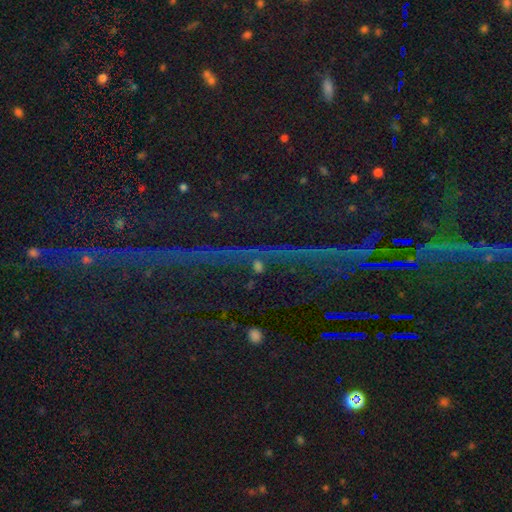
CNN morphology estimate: Smooth or featured? Predicted: star or artifact (p=0.87).